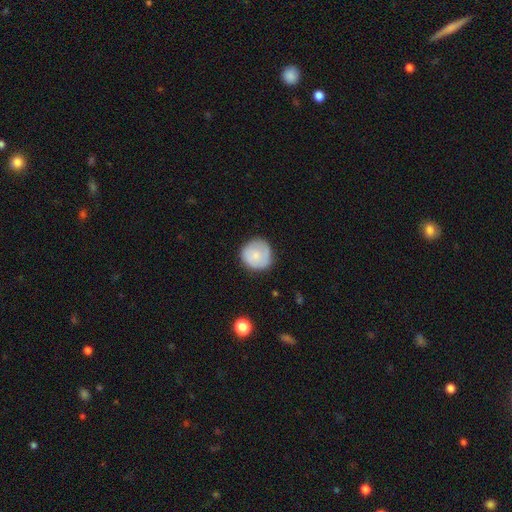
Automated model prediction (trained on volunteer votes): Overall: smooth (77%). How rounded: round (93%). Merging: none (80%).